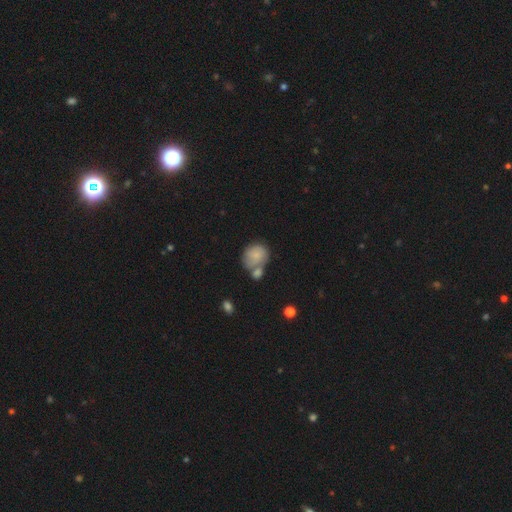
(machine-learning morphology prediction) A smooth galaxy with no disk features (75%) that is round (59%).

Vote fractions:
- Smooth or featured? smooth: 75% / featured or disk: 17% / star or artifact: 8%
- How rounded? round: 59% / in between: 40% / cigar-shaped: 1%
- Merging? merger: 43% / none: 33% / minor disturbance: 16% / major disturbance: 7%